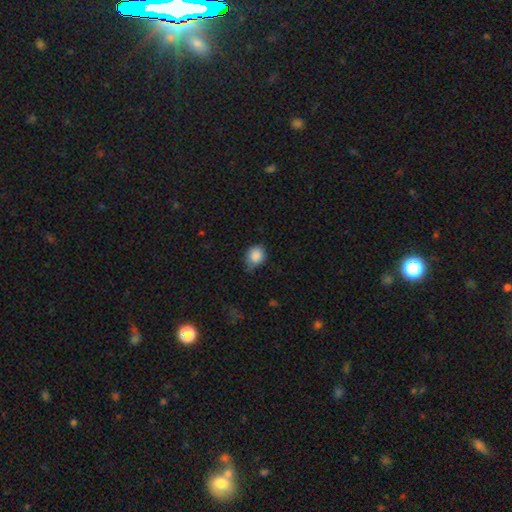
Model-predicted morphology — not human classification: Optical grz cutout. It shows a smooth galaxy with no disk features (87%) that is round (63%). Merging: none (55%).